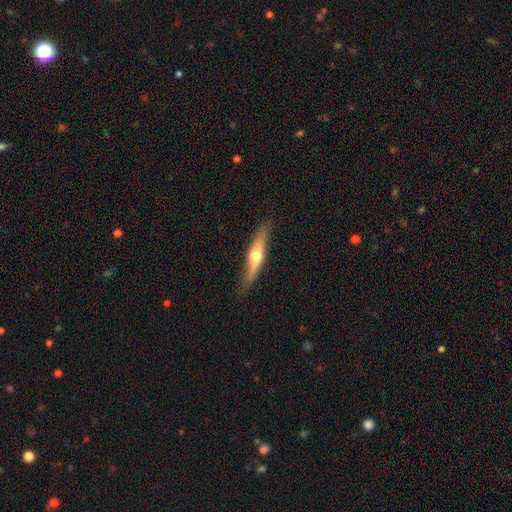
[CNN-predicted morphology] Smooth or featured?
  - featured or disk: 57% *
  - smooth: 37%
  - star or artifact: 5%
Edge-on disk?
  - yes: 92% *
  - no: 8%
Edge-on bulge?
  - rounded: 93% *
  - none: 4%
  - boxy: 3%
Merging?
  - none: 84% *
  - minor disturbance: 12%
  - major disturbance: 3%
  - merger: 1%